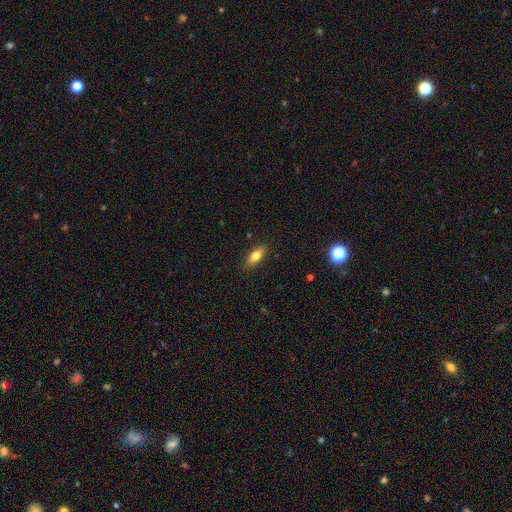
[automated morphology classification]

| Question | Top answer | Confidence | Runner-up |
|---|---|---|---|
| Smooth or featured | smooth | 72% | featured or disk (20%) |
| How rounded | in between | 69% | cigar-shaped (28%) |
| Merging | none | 86% | minor disturbance (11%) |